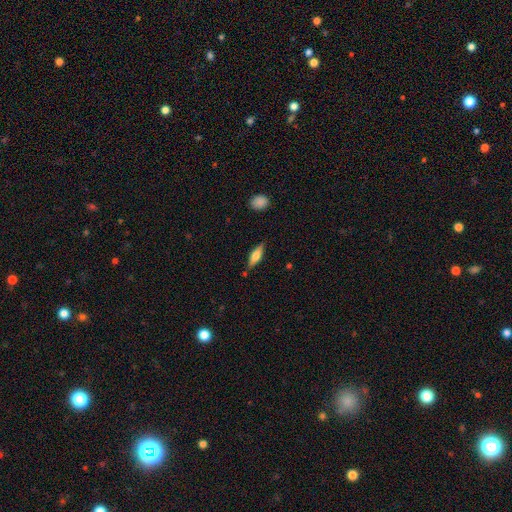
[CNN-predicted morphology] This appears to be a smooth galaxy with no disk features (54%) that is in between round and cigar-shaped (55%). Merging: none (80%).